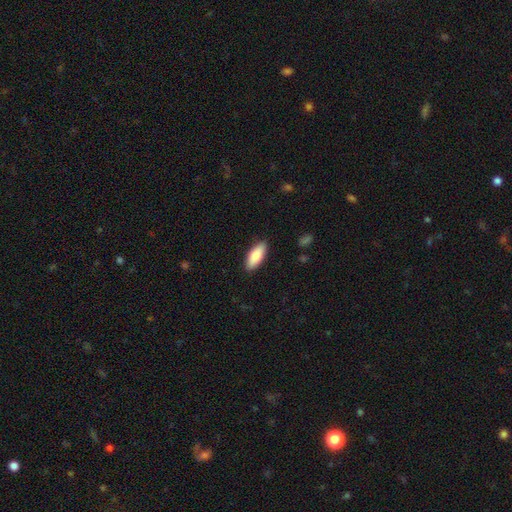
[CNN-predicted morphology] Smooth or featured? Predicted: smooth (p=0.83). How rounded? Predicted: in between (p=0.82). Merging? Predicted: none (p=0.89).